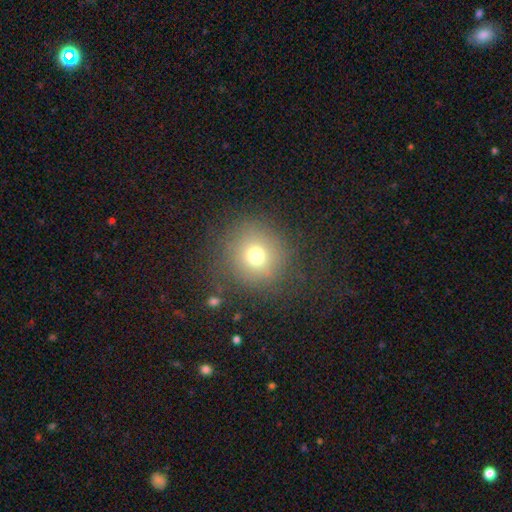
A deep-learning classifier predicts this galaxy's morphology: Smooth or featured? Predicted: smooth (p=0.70). How rounded? Predicted: round (p=0.93). Merging? Predicted: none (p=0.81).